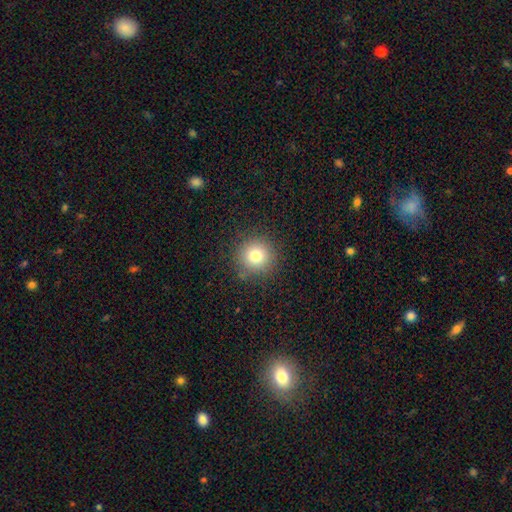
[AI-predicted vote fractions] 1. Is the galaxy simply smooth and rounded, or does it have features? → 77% smooth, 13% star or artifact, 9% featured or disk.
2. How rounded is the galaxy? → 94% round, 5% in between, 1% cigar-shaped.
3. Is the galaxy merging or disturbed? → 86% none, 9% minor disturbance, 3% major disturbance, 1% merger.